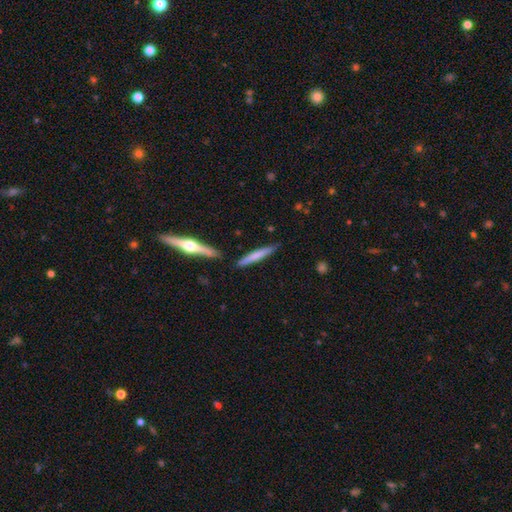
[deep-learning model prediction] This appears to be a smooth galaxy with no disk features (62%) that is cigar-shaped (94%). Merging: none (81%).